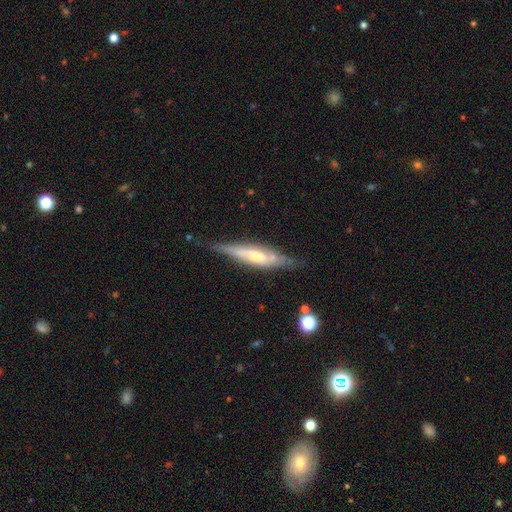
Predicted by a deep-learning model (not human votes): This appears to be a featured or disk galaxy (67%) viewed edge-on (76%) with a rounded central bulge (50%). Merging: none (63%).